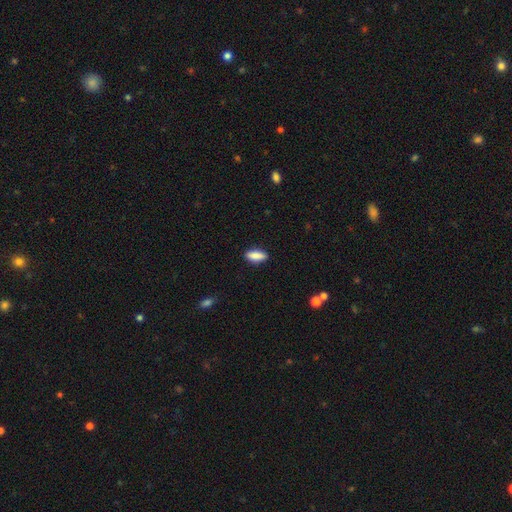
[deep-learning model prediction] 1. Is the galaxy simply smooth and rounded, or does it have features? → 86% smooth, 8% featured or disk, 6% star or artifact.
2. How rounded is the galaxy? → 74% in between, 23% cigar-shaped, 3% round.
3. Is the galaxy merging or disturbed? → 88% none, 9% minor disturbance, 2% major disturbance, 1% merger.